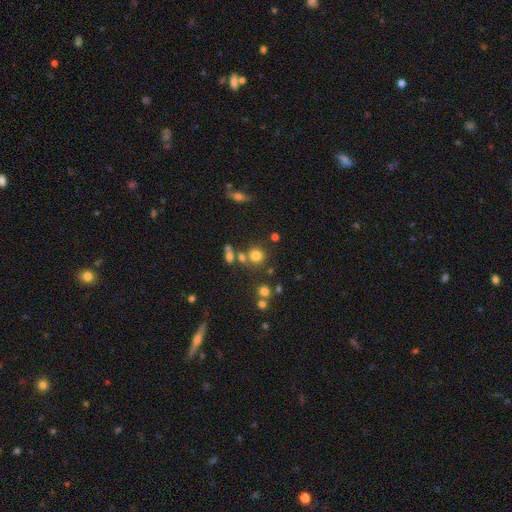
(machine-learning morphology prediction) A smooth galaxy with no disk features (74%) that is round (86%).

Vote fractions:
- Smooth or featured? smooth: 74% / star or artifact: 16% / featured or disk: 10%
- How rounded? round: 86% / in between: 12% / cigar-shaped: 1%
- Merging? none: 68% / merger: 17% / minor disturbance: 11% / major disturbance: 5%